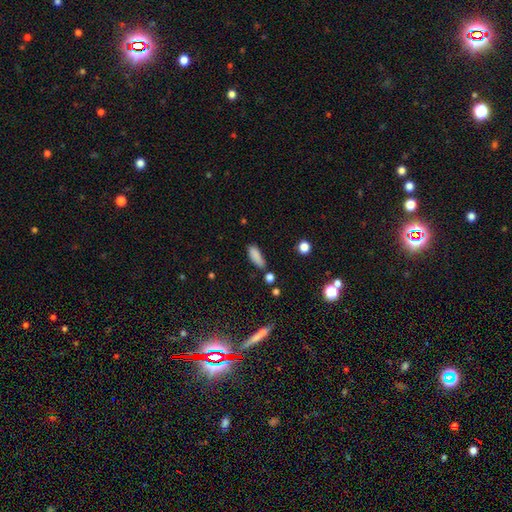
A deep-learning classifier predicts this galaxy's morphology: smooth_or_featured: smooth (p=0.84) [alt: star or artifact p=0.09]
how_rounded: in between (p=0.65) [alt: cigar-shaped p=0.33]
merging: none (p=0.68) [alt: minor disturbance p=0.21]